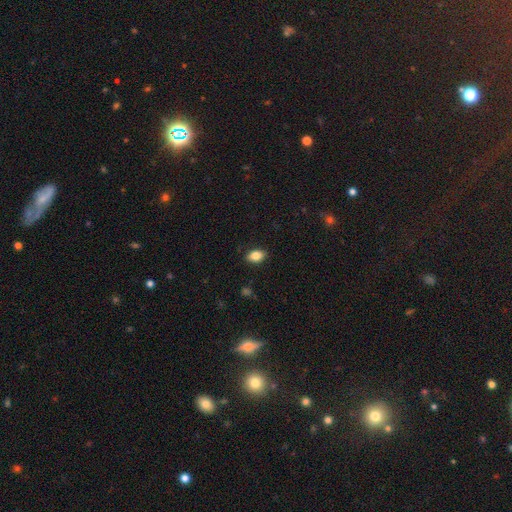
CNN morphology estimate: smooth_or_featured: smooth (p=0.86) [alt: star or artifact p=0.08]
how_rounded: in between (p=0.87) [alt: round p=0.11]
merging: none (p=0.88) [alt: minor disturbance p=0.09]